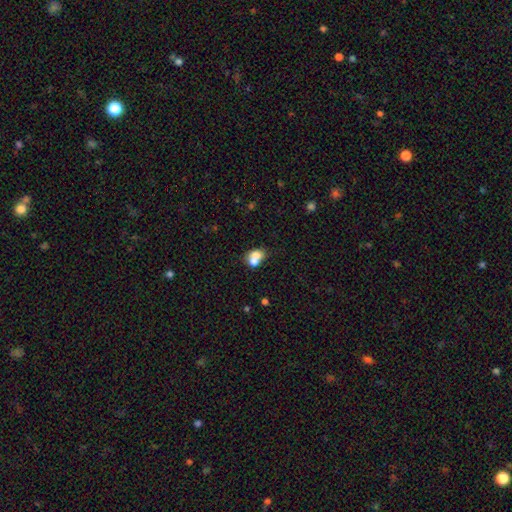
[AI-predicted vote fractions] A smooth galaxy with no disk features (70%) that is in between round and cigar-shaped (52%). Merging: merger (63%).